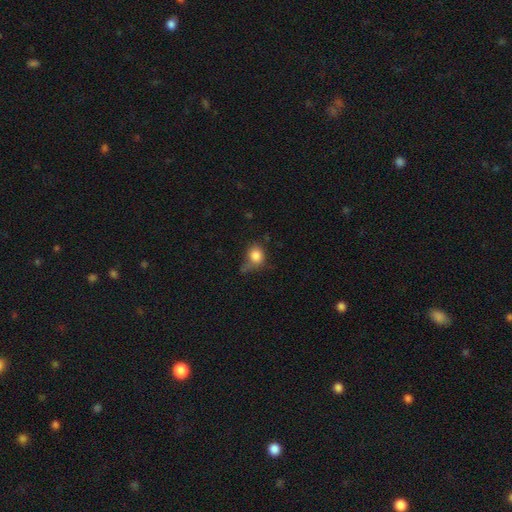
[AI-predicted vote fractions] Morphology: type=smooth (82%); roundness=round (69%); merging=none (48%).